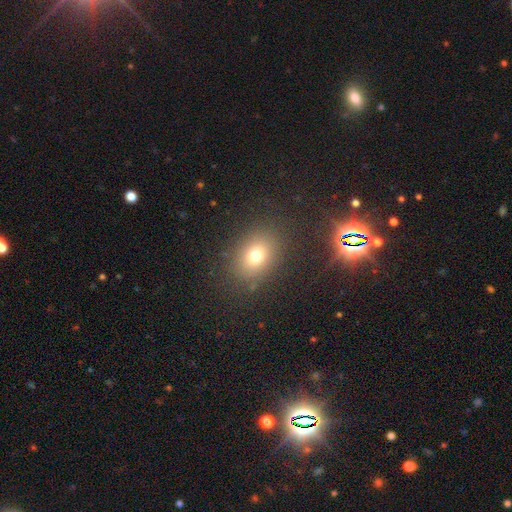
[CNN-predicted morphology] A smooth galaxy with no disk features (72%) that is in between round and cigar-shaped (61%). Merging: none (82%).